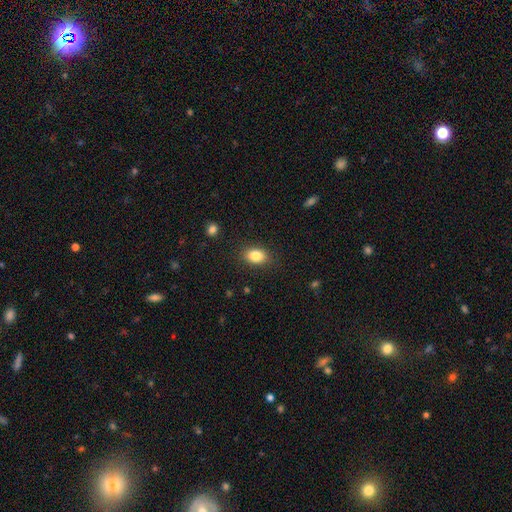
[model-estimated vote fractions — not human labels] A smooth galaxy with no disk features (84%) that is in between round and cigar-shaped (78%).

Vote fractions:
- Smooth or featured? smooth: 84% / star or artifact: 9% / featured or disk: 7%
- How rounded? in between: 78% / round: 21% / cigar-shaped: 1%
- Merging? none: 87% / minor disturbance: 10% / major disturbance: 3% / merger: 1%